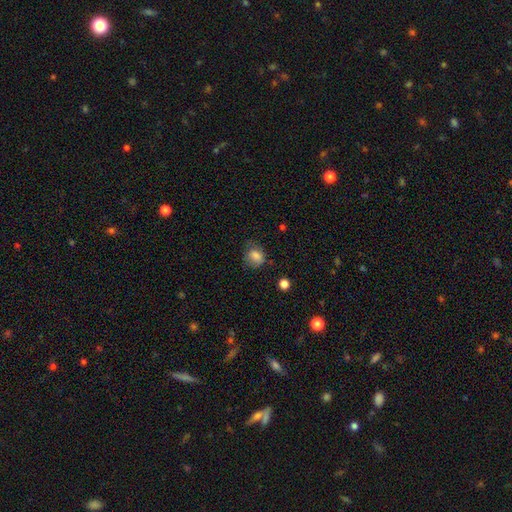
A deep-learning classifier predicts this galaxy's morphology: A smooth galaxy with no disk features (80%) that is round (54%).

Vote fractions:
- Smooth or featured? smooth: 80% / star or artifact: 10% / featured or disk: 10%
- How rounded? round: 54% / in between: 44% / cigar-shaped: 1%
- Merging? none: 56% / minor disturbance: 28% / major disturbance: 13% / merger: 2%